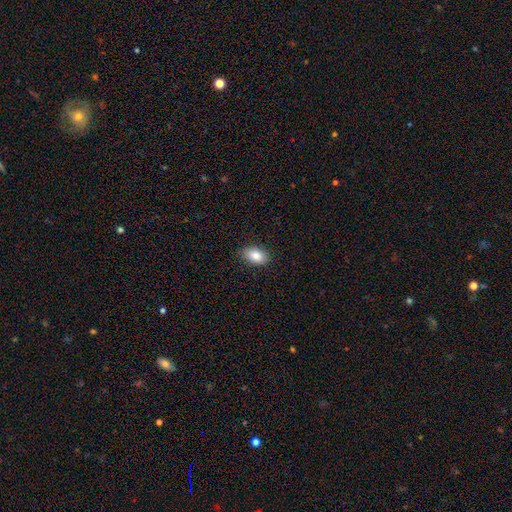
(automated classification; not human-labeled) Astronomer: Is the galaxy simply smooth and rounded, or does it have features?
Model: smooth — 85%.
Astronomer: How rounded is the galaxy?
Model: in between — 90%.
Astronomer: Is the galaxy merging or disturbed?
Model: none — 86%.